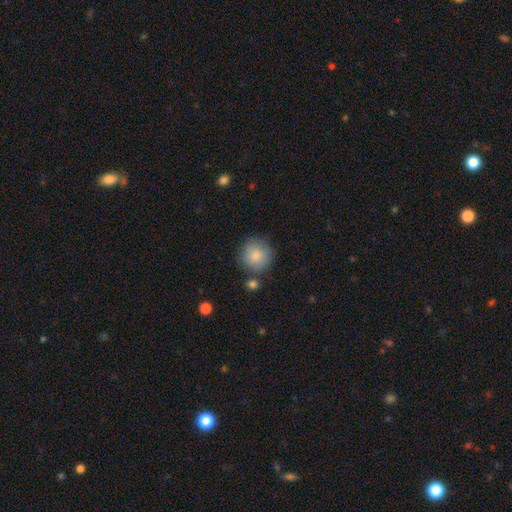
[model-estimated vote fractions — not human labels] Morphology: type=smooth (86%); roundness=round (93%); merging=none (79%).